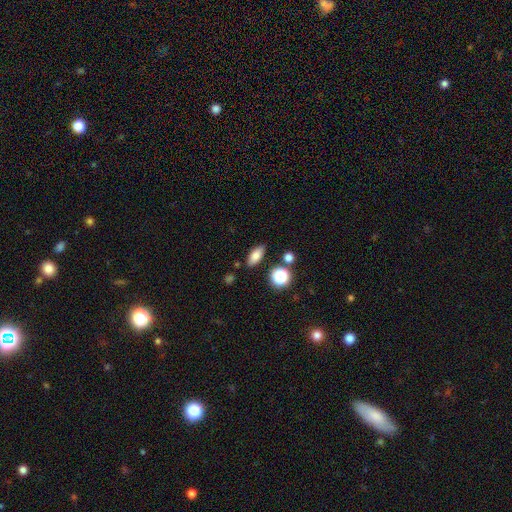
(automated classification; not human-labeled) smooth-or-featured: smooth: 77% | star or artifact: 12% | featured or disk: 11%
  how-rounded: in between: 77% | cigar-shaped: 14% | round: 8%
  merging: none: 83% | minor disturbance: 11% | merger: 4% | major disturbance: 3%